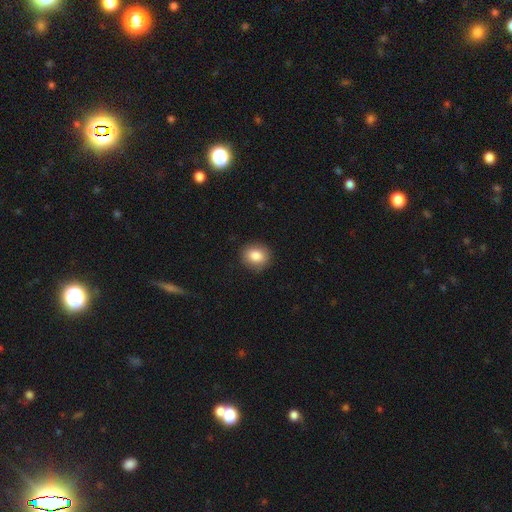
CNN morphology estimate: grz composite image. It shows a smooth galaxy with no disk features (85%) that is round (68%). Merging: none (88%).